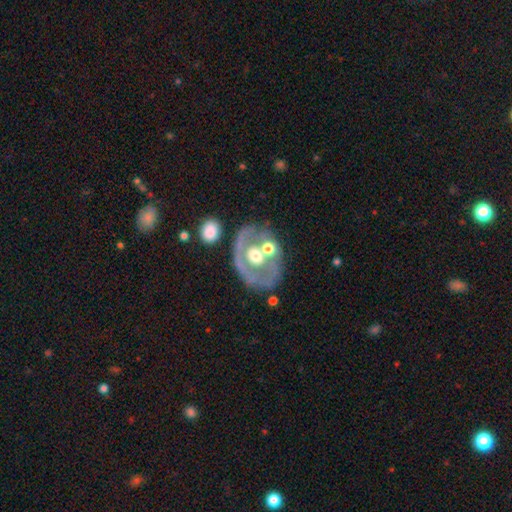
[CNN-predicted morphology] Smooth or featured? Predicted: featured or disk (p=0.62). Edge-on disk? Predicted: no (p=0.95). Bar? Predicted: no (p=0.88). Spiral arms? Predicted: no (p=0.84). Bulge size? Predicted: moderate (p=0.62). Merging? Predicted: none (p=0.53).